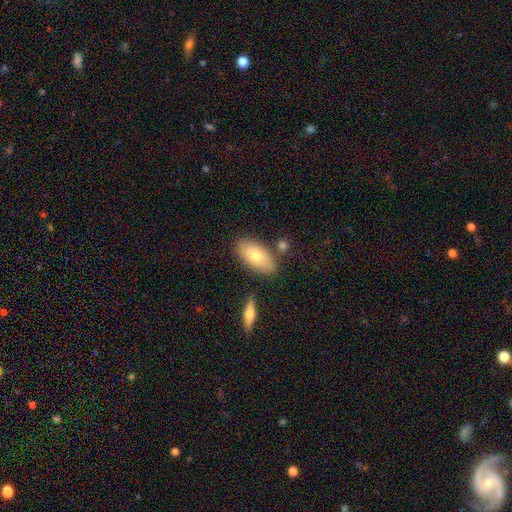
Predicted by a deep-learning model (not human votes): The model was most divided on "smooth or featured": smooth: 71%, featured or disk: 22%, star or artifact: 7%. More confident: how rounded — in between (91%); merging — none (77%).